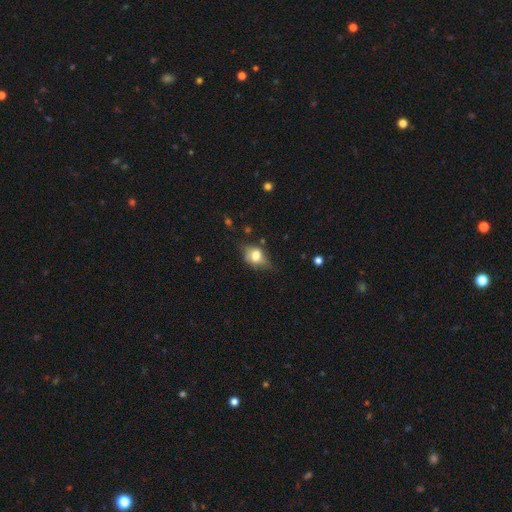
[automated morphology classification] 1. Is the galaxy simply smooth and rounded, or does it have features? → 60% smooth, 30% featured or disk, 10% star or artifact.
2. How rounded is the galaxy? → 66% in between, 31% round, 3% cigar-shaped.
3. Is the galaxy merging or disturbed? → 50% none, 32% minor disturbance, 14% major disturbance, 4% merger.